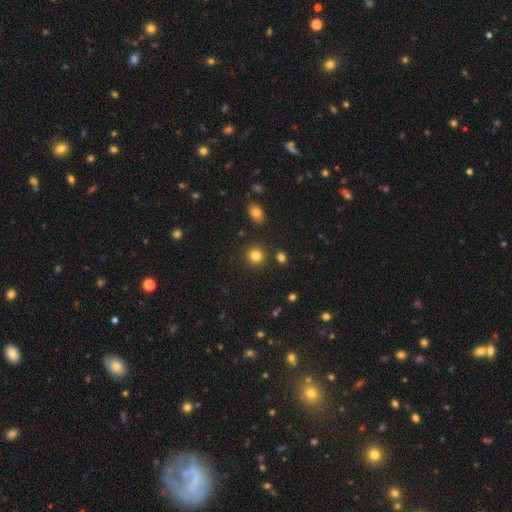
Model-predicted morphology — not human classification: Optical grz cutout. It shows a smooth galaxy with no disk features (83%) that is round (85%). Merging: none (87%).